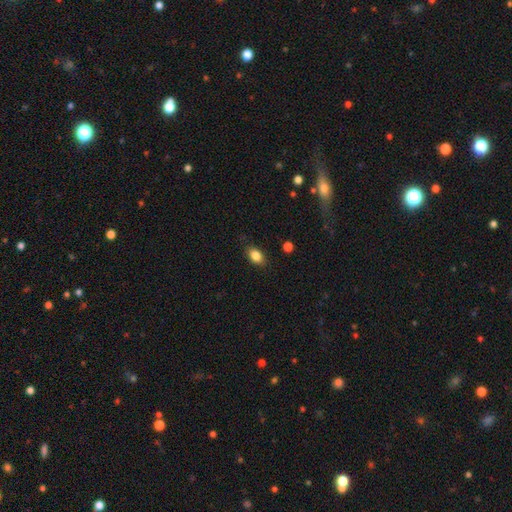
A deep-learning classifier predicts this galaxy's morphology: type=smooth (84%); roundness=in between (84%); merging=none (84%).